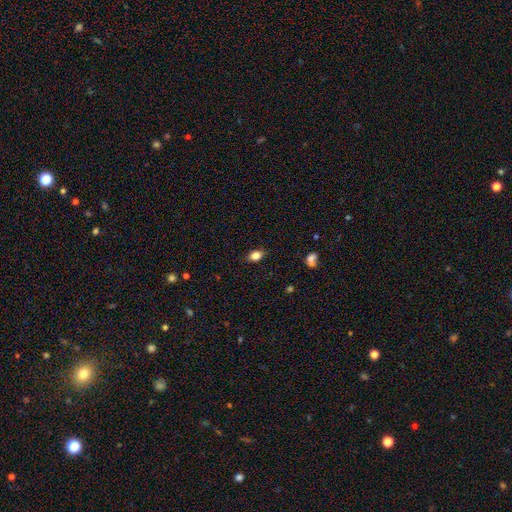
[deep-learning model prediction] Smooth or featured? Predicted: smooth (p=0.83). How rounded? Predicted: in between (p=0.77). Merging? Predicted: none (p=0.86).